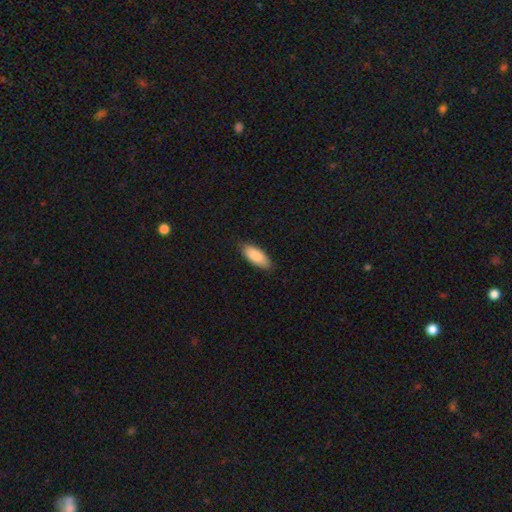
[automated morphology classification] A smooth galaxy with no disk features (88%) that is in between round and cigar-shaped (82%).

Vote fractions:
- Smooth or featured? smooth: 88% / featured or disk: 7% / star or artifact: 6%
- How rounded? in between: 82% / cigar-shaped: 16% / round: 2%
- Merging? none: 85% / minor disturbance: 12% / major disturbance: 2% / merger: 1%